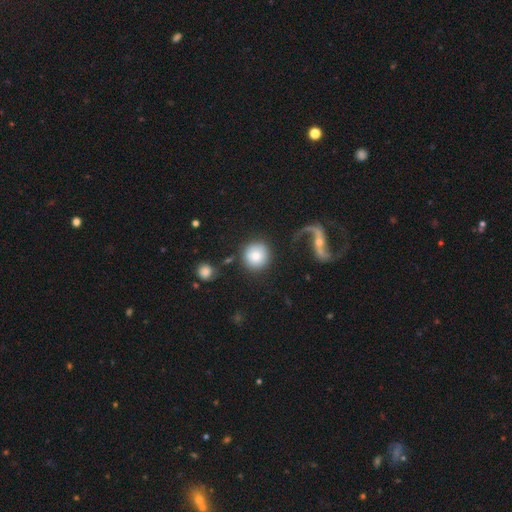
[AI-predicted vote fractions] This appears to be a smooth galaxy with no disk features (76%) that is round (94%). Merging: none (76%).